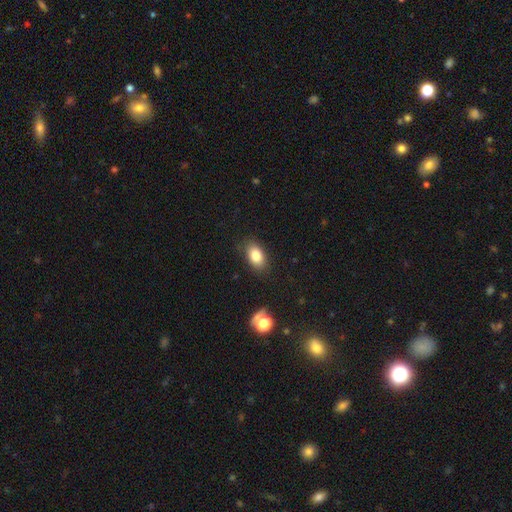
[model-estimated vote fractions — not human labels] This appears to be a smooth galaxy with no disk features (83%) that is in between round and cigar-shaped (89%). Merging: none (85%).